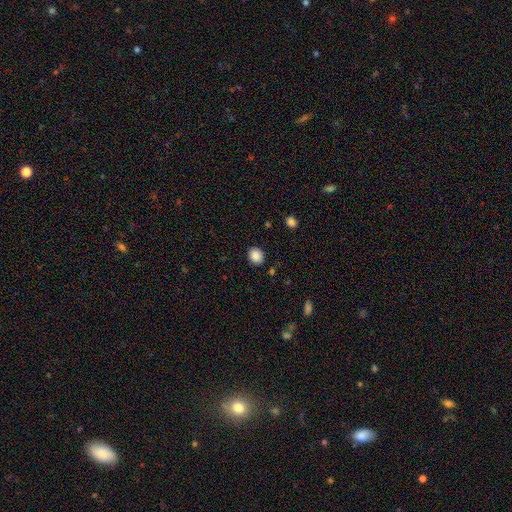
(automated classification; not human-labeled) Smooth or featured? Predicted: smooth (p=0.88). How rounded? Predicted: round (p=0.72). Merging? Predicted: none (p=0.89).